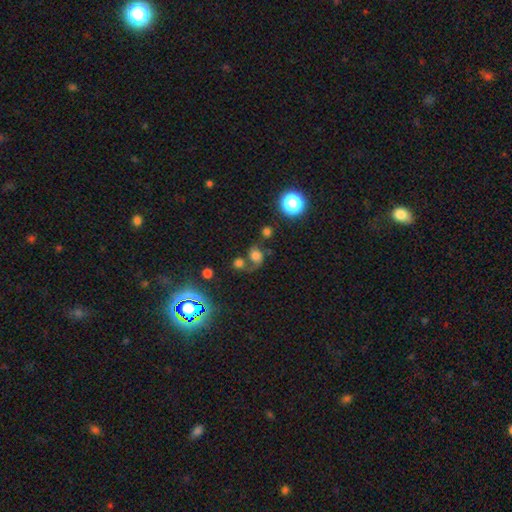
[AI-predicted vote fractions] smooth 49%, featured or disk 28%, star or artifact 22%. Down the decision tree: merging — none (42%).